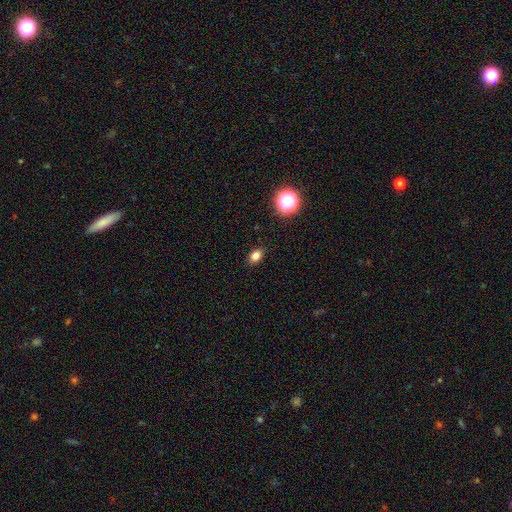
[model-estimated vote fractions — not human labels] Q: Smooth or featured?
A: smooth (81%); runner-up: star or artifact (14%)
Q: How rounded?
A: in between (76%); runner-up: round (23%)
Q: Merging?
A: none (88%); runner-up: minor disturbance (8%)